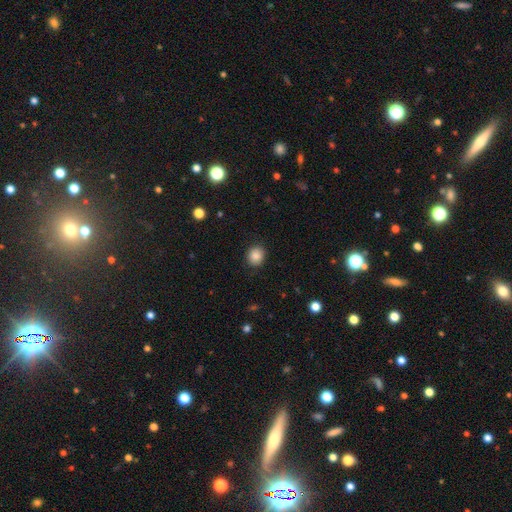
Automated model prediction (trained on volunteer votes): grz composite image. It shows a smooth galaxy with no disk features (86%) that is round (75%). Merging: none (90%).